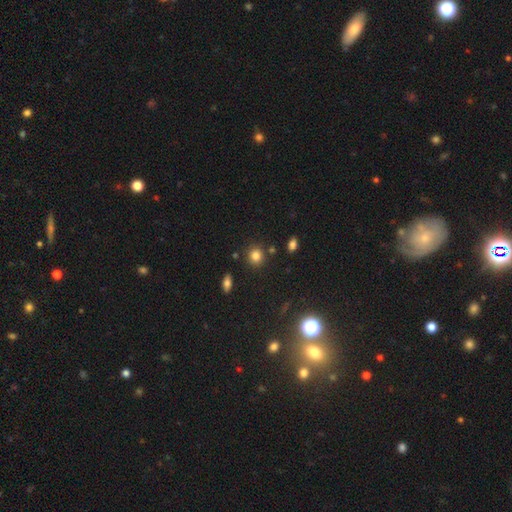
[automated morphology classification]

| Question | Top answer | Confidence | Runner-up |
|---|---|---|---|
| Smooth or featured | smooth | 81% | star or artifact (12%) |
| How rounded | round | 84% | in between (15%) |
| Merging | none | 84% | minor disturbance (9%) |